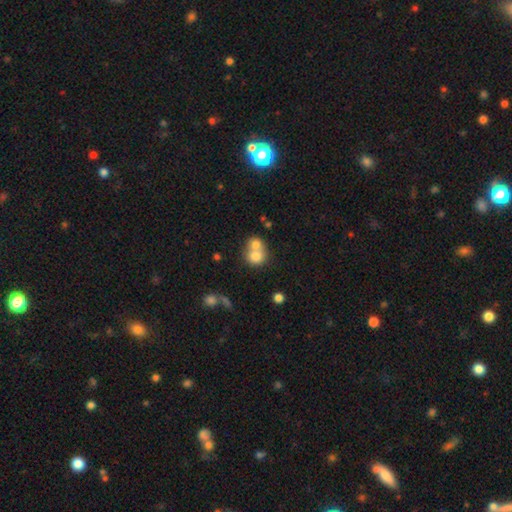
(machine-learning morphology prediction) type=smooth (74%); roundness=round (75%); merging=merger (65%).